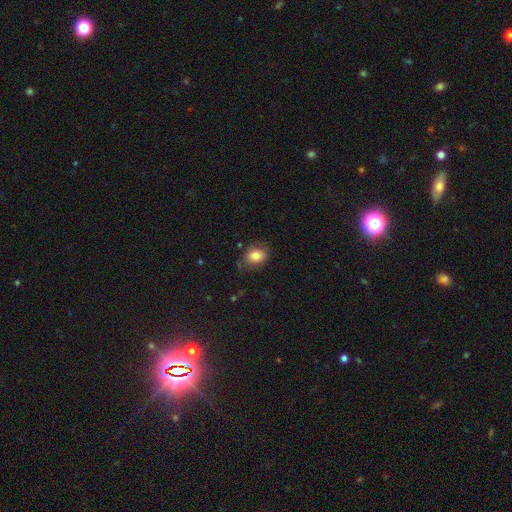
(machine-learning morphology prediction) smooth 79%, featured or disk 12%, star or artifact 9%. Down the decision tree: how rounded — in between (54%); merging — none (69%).